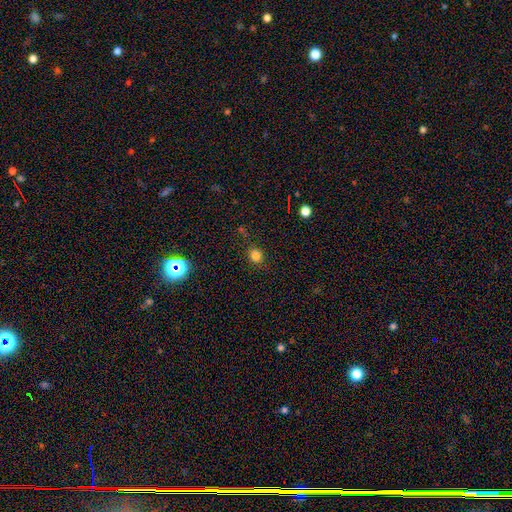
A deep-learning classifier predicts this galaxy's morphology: This appears to be a smooth galaxy with no disk features (80%) that is round (79%). Merging: none (84%).